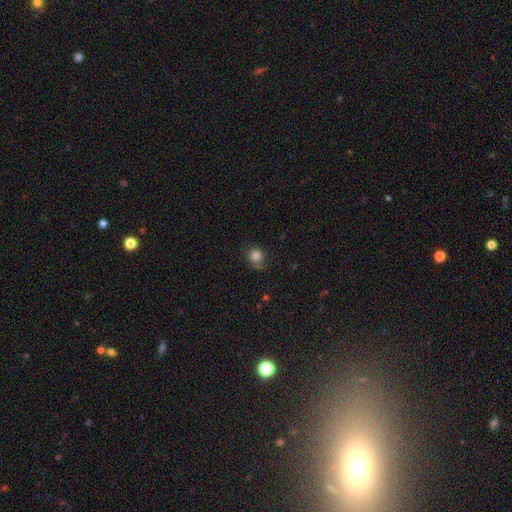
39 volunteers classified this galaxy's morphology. This is clearly a smooth galaxy (90%). How rounded: clearly round (89%). Merging: clearly none (81%).